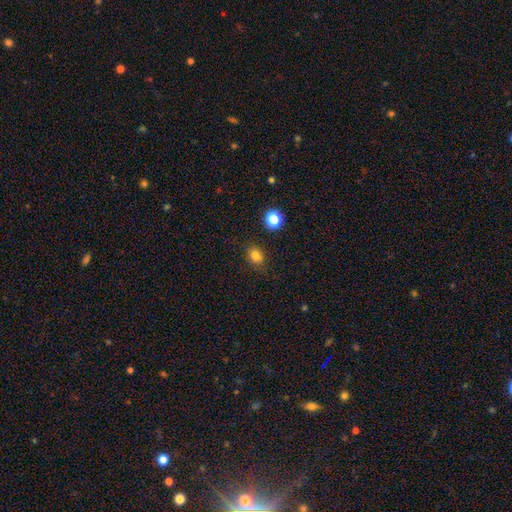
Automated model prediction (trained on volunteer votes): smooth-or-featured: smooth: 80% | star or artifact: 14% | featured or disk: 6%
  how-rounded: round: 50% | in between: 49% | cigar-shaped: 1%
  merging: none: 83% | minor disturbance: 12% | major disturbance: 3% | merger: 2%